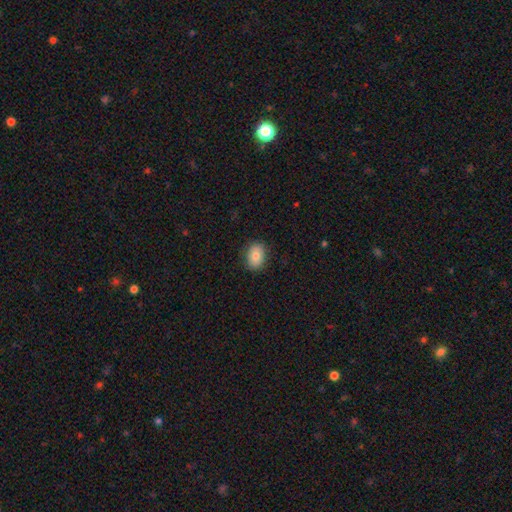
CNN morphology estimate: The model was most divided on "how rounded": in between: 71%, round: 28%, cigar-shaped: 1%. More confident: merging — none (87%); smooth or featured — smooth (81%).